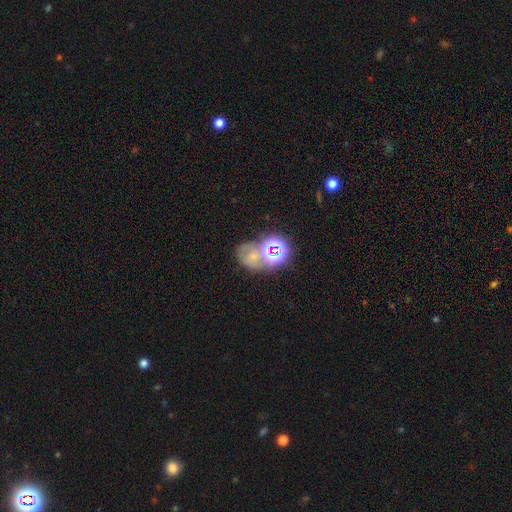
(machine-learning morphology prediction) A star or artifact, not a galaxy (37%).